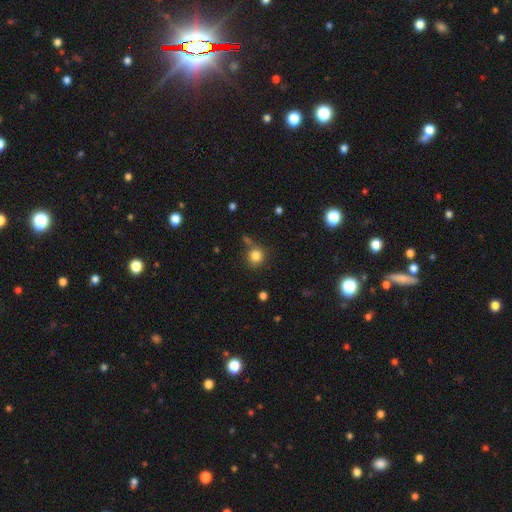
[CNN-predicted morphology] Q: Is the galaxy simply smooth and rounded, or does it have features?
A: smooth — 82%.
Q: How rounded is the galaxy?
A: round — 90%.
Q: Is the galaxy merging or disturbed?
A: none — 74%.